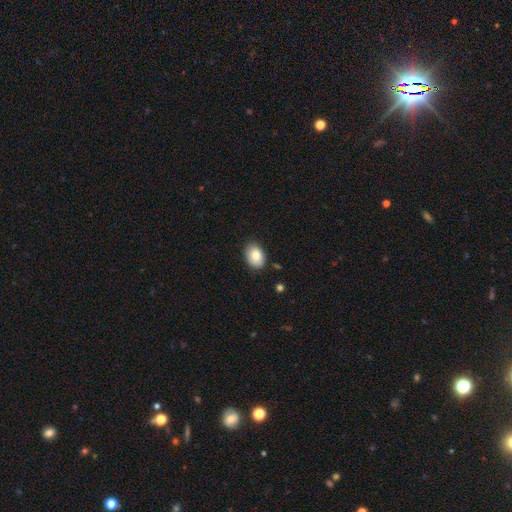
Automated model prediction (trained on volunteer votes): smooth-or-featured: smooth: 83% | featured or disk: 9% | star or artifact: 7%
  how-rounded: in between: 81% | round: 18% | cigar-shaped: 1%
  merging: none: 83% | minor disturbance: 13% | major disturbance: 2% | merger: 2%